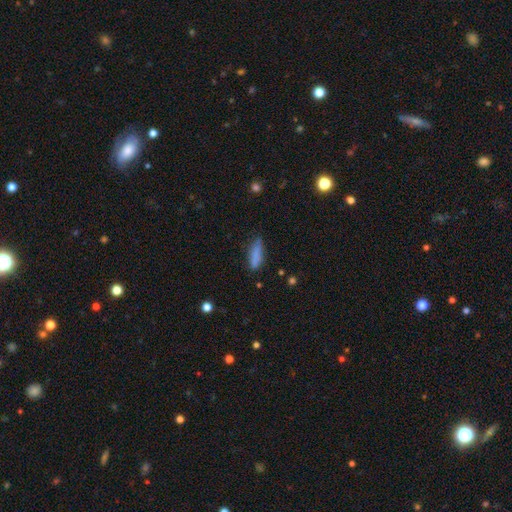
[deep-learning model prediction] Overall: smooth (82%). How rounded: cigar-shaped (59%; in between 39%). Merging: none (66%).